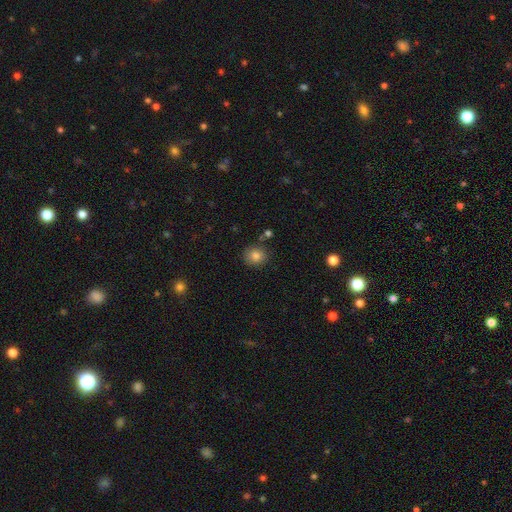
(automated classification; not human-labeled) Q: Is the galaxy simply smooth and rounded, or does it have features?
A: smooth — 83%.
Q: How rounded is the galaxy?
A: round — 79%.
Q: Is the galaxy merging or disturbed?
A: none — 80%.